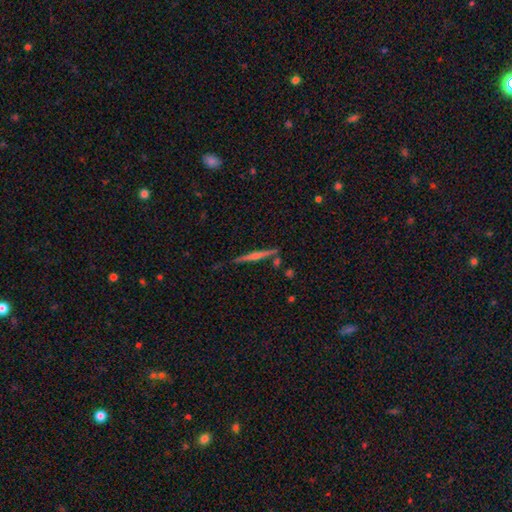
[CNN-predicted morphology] A featured or disk galaxy (70%) viewed edge-on (98%) with a rounded central bulge (75%).

Vote fractions:
- Smooth or featured? featured or disk: 70% / smooth: 23% / star or artifact: 7%
- Edge-on disk? yes: 98% / no: 2%
- Edge-on bulge? rounded: 75% / none: 17% / boxy: 7%
- Merging? none: 84% / minor disturbance: 10% / merger: 4% / major disturbance: 2%